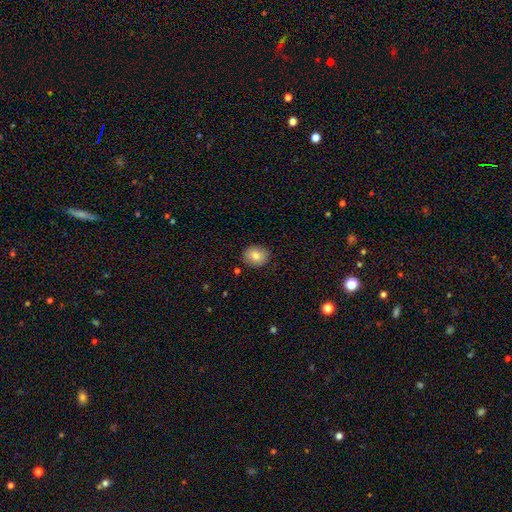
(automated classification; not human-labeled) This is likely a smooth galaxy (80%). How rounded: likely round (61%). Merging: clearly none (86%).